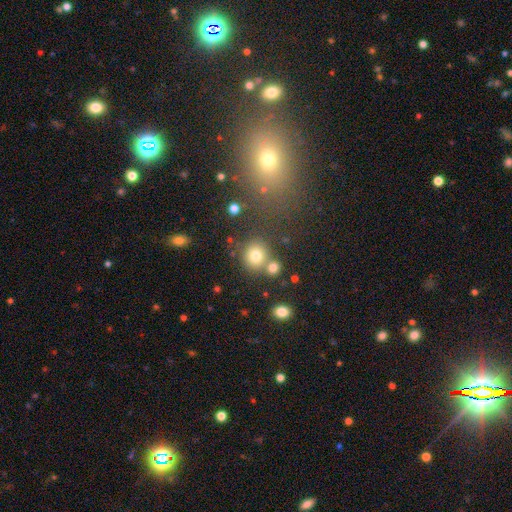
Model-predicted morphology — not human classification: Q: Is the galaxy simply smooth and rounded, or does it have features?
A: smooth — 75%.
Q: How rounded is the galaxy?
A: round — 85%.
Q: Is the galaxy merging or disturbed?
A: none — 65%.